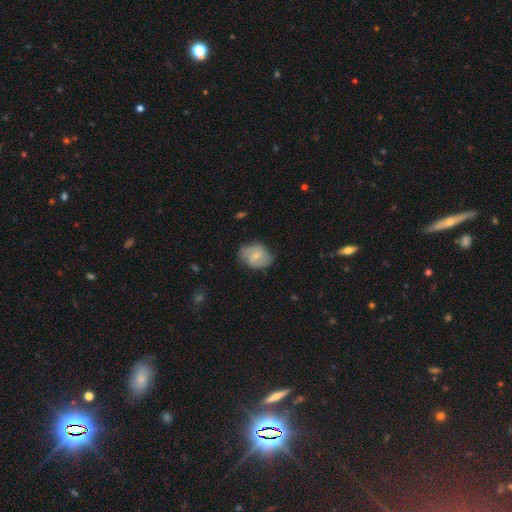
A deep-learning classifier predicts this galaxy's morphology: Smooth or featured?
  - smooth: 49% *
  - featured or disk: 45%
  - star or artifact: 7%
Merging?
  - none: 68% *
  - minor disturbance: 24%
  - major disturbance: 6%
  - merger: 1%